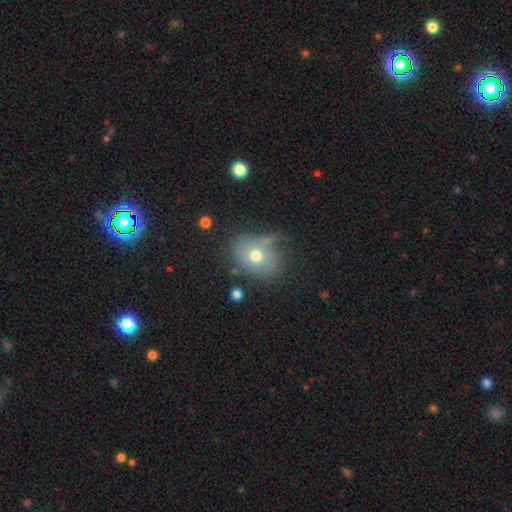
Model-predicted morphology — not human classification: smooth_or_featured: smooth (p=0.64) [alt: featured or disk p=0.25]
how_rounded: in between (p=0.54) [alt: round p=0.45]
merging: none (p=0.52) [alt: minor disturbance p=0.26]